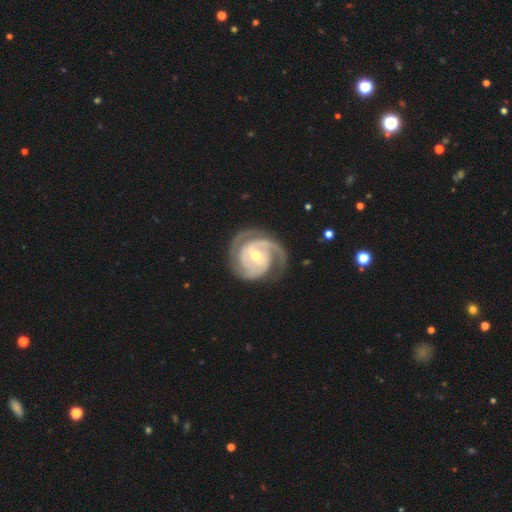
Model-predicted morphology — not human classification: A featured or disk galaxy (91%) with no bar (47%), 2 (58%) tight (59%) spiral arms (98%) and a moderate central bulge (55%).

Vote fractions:
- Smooth or featured? featured or disk: 91% / smooth: 5% / star or artifact: 3%
- Edge-on disk? no: 98% / yes: 2%
- Bar? no: 47% / weak: 38% / strong: 15%
- Spiral arms? yes: 98% / no: 2%
- Spiral winding? tight: 59% / medium: 35% / loose: 6%
- Spiral arm count? 2: 58% / 3: 22% / can't tell: 8% / 1: 6% / 4: 4% / more than 4: 3%
- Bulge size? moderate: 55% / small: 41% / large: 2% / none: 1% / dominant: 1%
- Merging? none: 74% / minor disturbance: 16% / major disturbance: 8% / merger: 2%